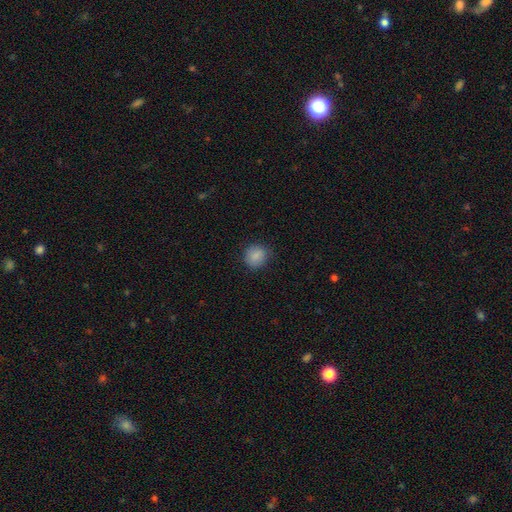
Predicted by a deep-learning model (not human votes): A smooth galaxy with no disk features (87%) that is round (83%). Merging: none (84%).